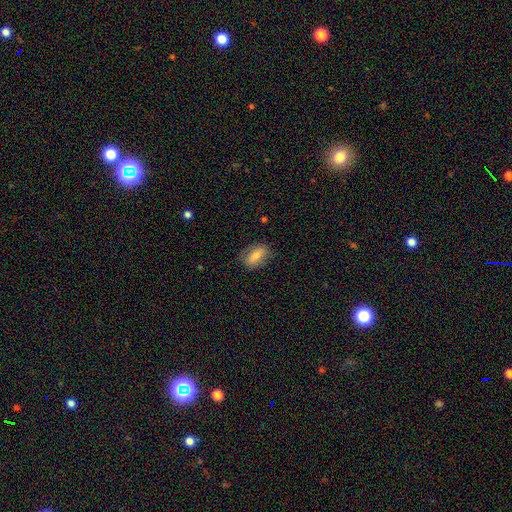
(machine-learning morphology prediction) Smooth or featured: smooth — 72% (featured or disk — 21%)
How rounded: in between — 84% (round — 10%)
Merging: none — 78% (minor disturbance — 16%)